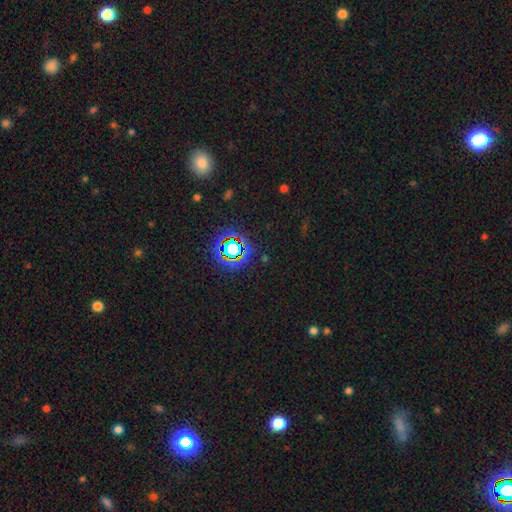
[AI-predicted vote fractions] Smooth or featured?
  - star or artifact: 70% *
  - smooth: 22%
  - featured or disk: 8%